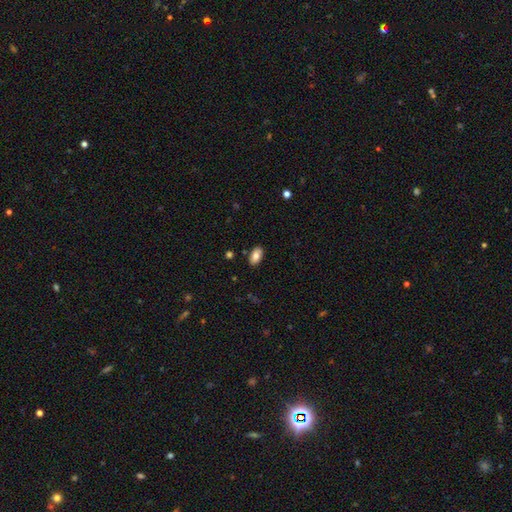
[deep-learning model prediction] smooth 79%, featured or disk 14%, star or artifact 7%. Down the decision tree: how rounded — in between (93%); merging — none (86%).